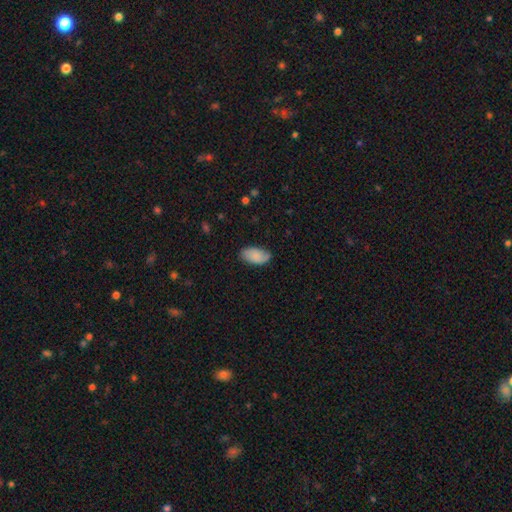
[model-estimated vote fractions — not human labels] Q: Smooth or featured?
A: smooth (81%); runner-up: featured or disk (13%)
Q: How rounded?
A: in between (95%); runner-up: round (3%)
Q: Merging?
A: none (76%); runner-up: minor disturbance (19%)